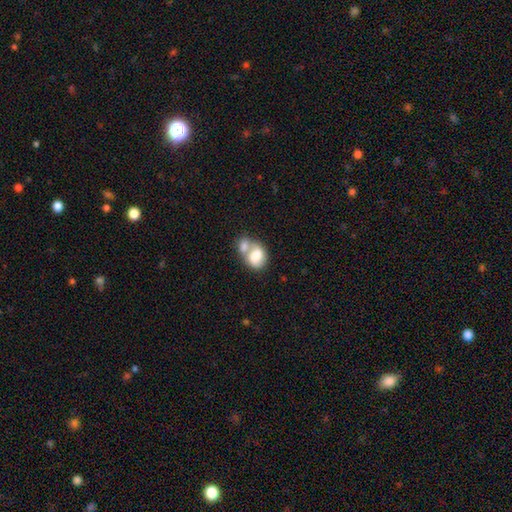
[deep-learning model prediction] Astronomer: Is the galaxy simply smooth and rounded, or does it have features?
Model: smooth — 70%.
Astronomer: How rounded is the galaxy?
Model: in between — 66%.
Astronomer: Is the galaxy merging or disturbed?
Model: merger — 69%.